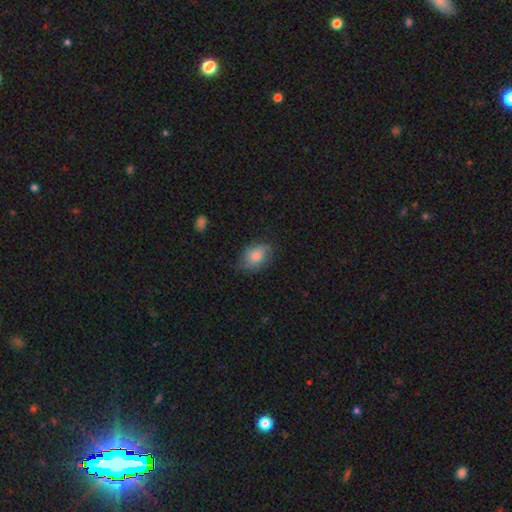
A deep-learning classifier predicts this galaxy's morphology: smooth-or-featured: smooth: 75% | featured or disk: 17% | star or artifact: 8%
  how-rounded: in between: 79% | round: 19% | cigar-shaped: 1%
  merging: none: 69% | minor disturbance: 23% | major disturbance: 6% | merger: 1%